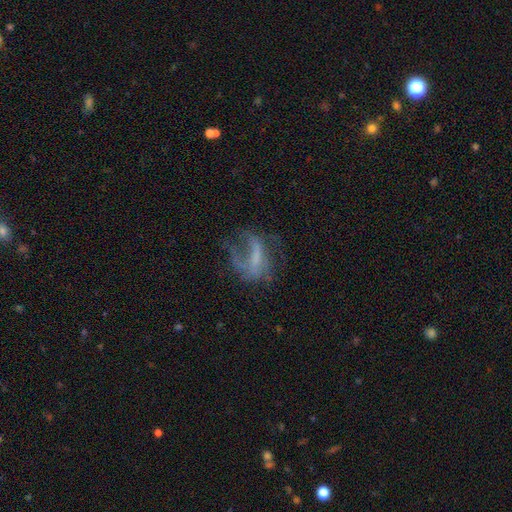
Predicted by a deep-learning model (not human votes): This is possibly a featured or disk galaxy (59%). It is clearly not viewed edge-on (93%). Bar: marginally no (42%). Spiral arm pattern: possibly no (53%). Central bulge: possibly none (54%). Merging: marginally major disturbance (44%).